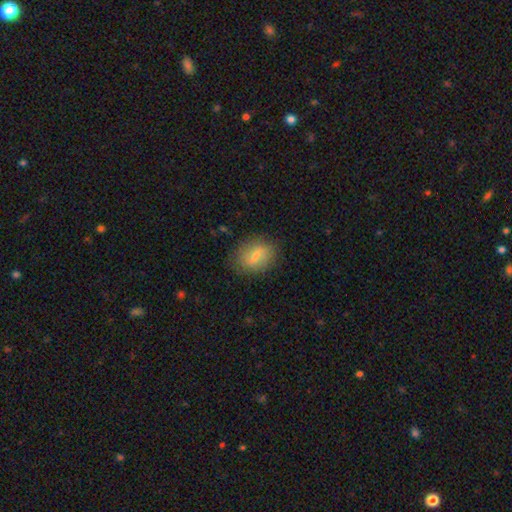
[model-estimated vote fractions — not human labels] Q: Smooth or featured?
A: smooth (63%); runner-up: featured or disk (29%)
Q: How rounded?
A: in between (63%); runner-up: round (35%)
Q: Merging?
A: none (80%); runner-up: minor disturbance (14%)